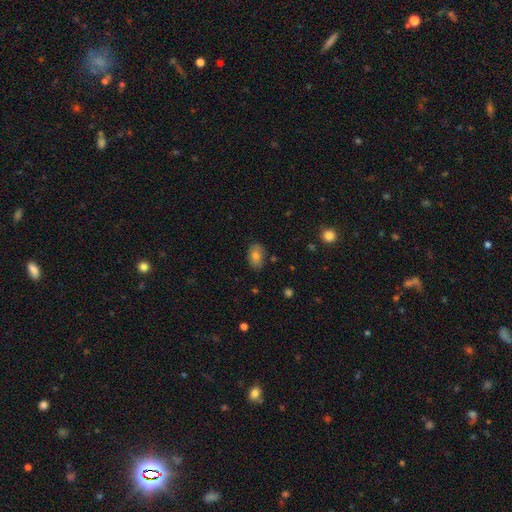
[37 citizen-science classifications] Q: Smooth or featured?
A: smooth (68%); runner-up: featured or disk (27%)
Q: How rounded?
A: in between (80%); runner-up: round (20%)
Q: Merging?
A: none (74%); runner-up: minor disturbance (23%)